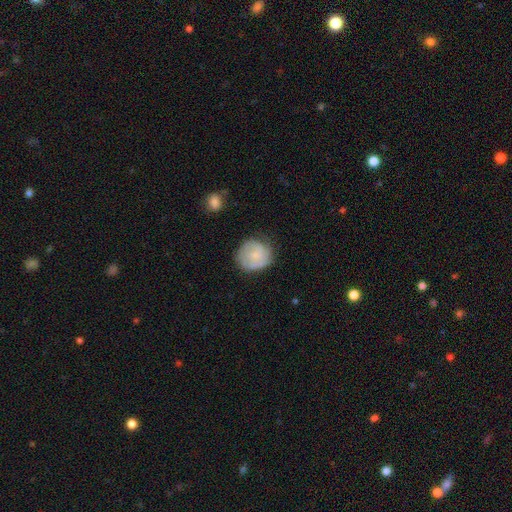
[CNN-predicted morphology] This is possibly a smooth galaxy (48%). Merging: likely none (66%).